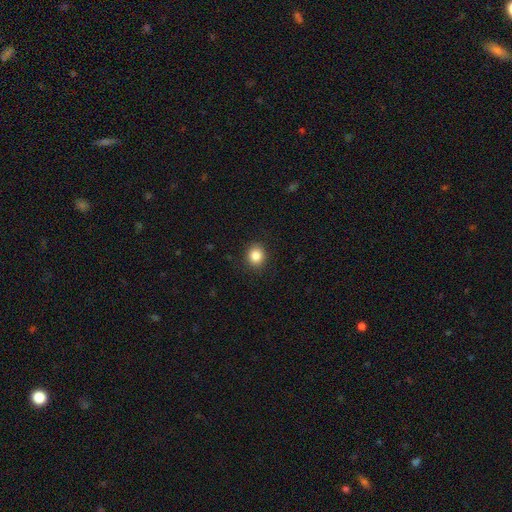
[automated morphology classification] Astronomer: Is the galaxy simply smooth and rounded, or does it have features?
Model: smooth — 85%.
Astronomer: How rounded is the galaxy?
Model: round — 79%.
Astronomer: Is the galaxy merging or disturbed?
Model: none — 90%.